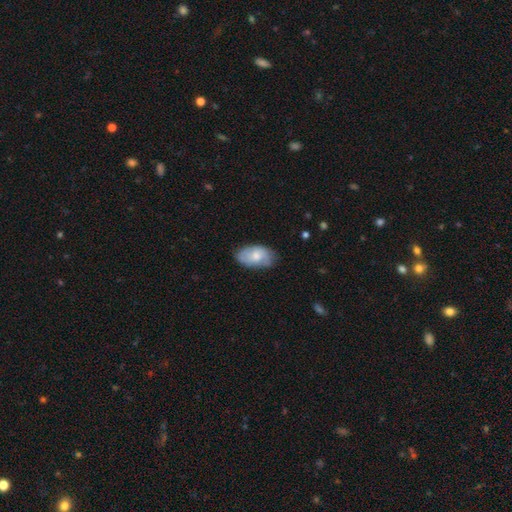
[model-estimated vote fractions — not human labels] This is likely a smooth galaxy (65%). How rounded: clearly in between (93%). Merging: likely none (68%).